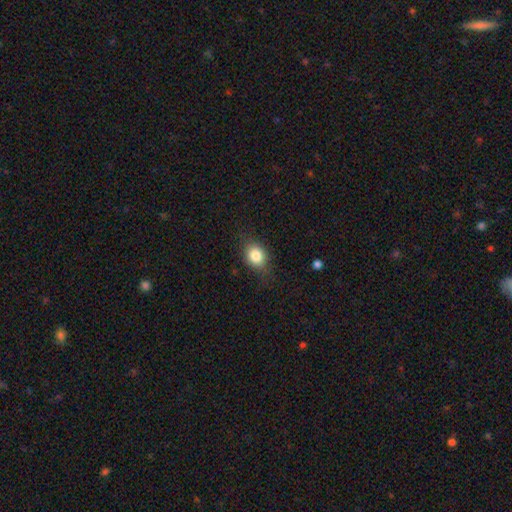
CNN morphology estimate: A smooth galaxy with no disk features (82%) that is round (52%). Merging: none (75%).